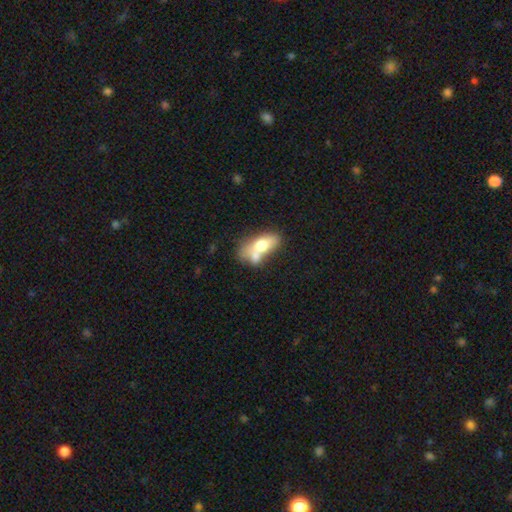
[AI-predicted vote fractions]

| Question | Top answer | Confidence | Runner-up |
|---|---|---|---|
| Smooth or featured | smooth | 65% | featured or disk (28%) |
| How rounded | in between | 82% | cigar-shaped (10%) |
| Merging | merger | 52% | none (26%) |